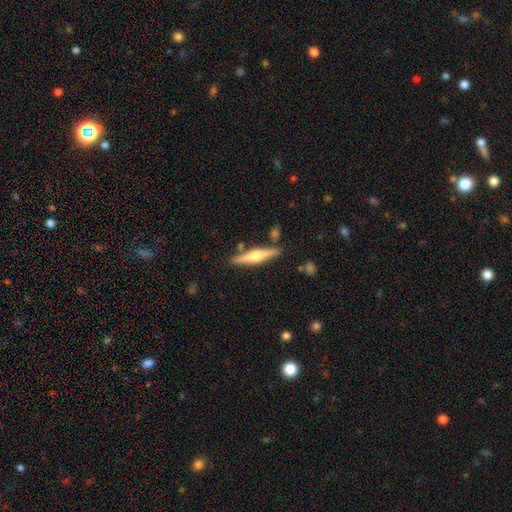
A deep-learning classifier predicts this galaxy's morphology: This appears to be a featured or disk galaxy (65%) viewed edge-on (97%) with a rounded central bulge (92%). Merging: none (83%).